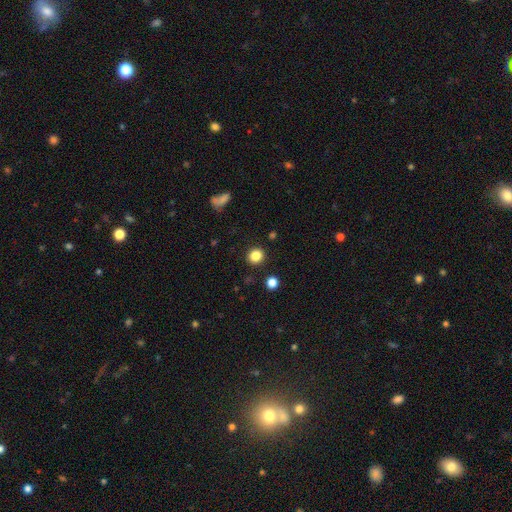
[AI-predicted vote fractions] Smooth or featured?
  - smooth: 84% *
  - star or artifact: 11%
  - featured or disk: 4%
How rounded?
  - round: 84% *
  - in between: 15%
  - cigar-shaped: 1%
Merging?
  - none: 90% *
  - minor disturbance: 6%
  - major disturbance: 2%
  - merger: 2%